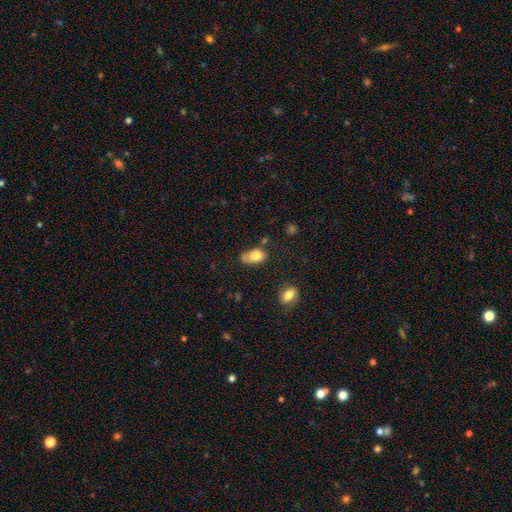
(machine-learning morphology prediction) smooth 78%, featured or disk 14%, star or artifact 8%. Down the decision tree: how rounded — in between (84%); merging — none (43%).